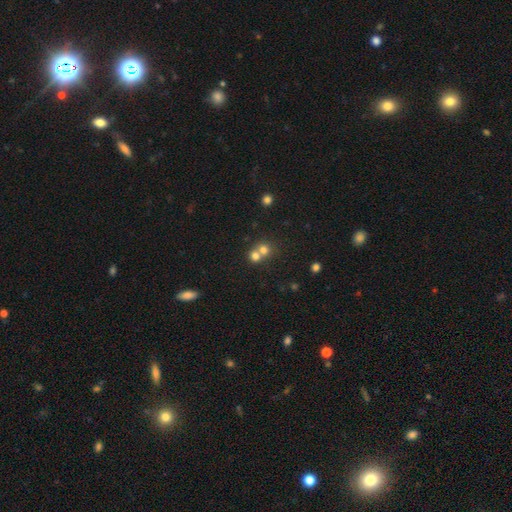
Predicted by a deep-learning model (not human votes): Morphology: type=smooth (73%); roundness=round (84%); merging=merger (58%).